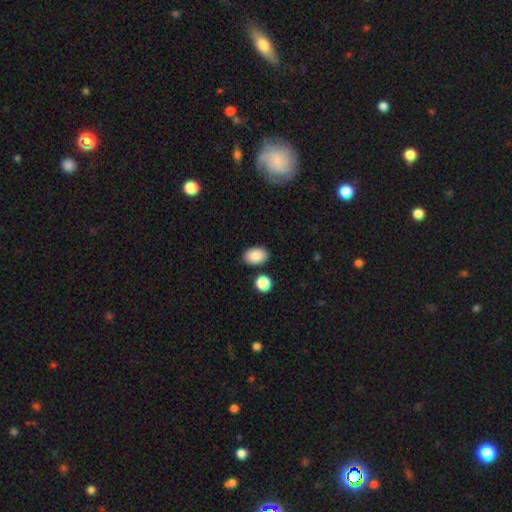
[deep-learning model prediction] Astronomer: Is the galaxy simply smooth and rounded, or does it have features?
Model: smooth — 87%.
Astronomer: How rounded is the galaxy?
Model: in between — 84%.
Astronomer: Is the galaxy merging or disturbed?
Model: none — 84%.